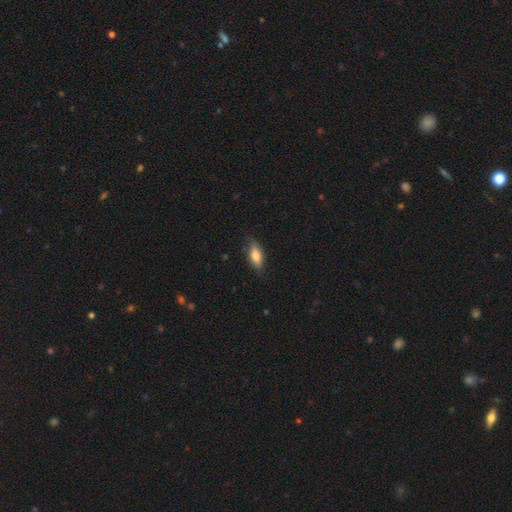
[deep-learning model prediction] A smooth galaxy with no disk features (75%) that is in between round and cigar-shaped (79%).

Vote fractions:
- Smooth or featured? smooth: 75% / featured or disk: 19% / star or artifact: 7%
- How rounded? in between: 79% / cigar-shaped: 18% / round: 3%
- Merging? none: 77% / minor disturbance: 18% / major disturbance: 3% / merger: 1%